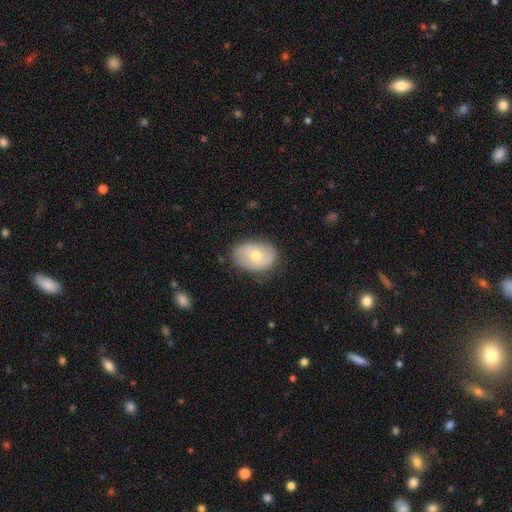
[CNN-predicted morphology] Smooth or featured? Predicted: smooth (p=0.57). How rounded? Predicted: in between (p=0.80). Merging? Predicted: none (p=0.75).